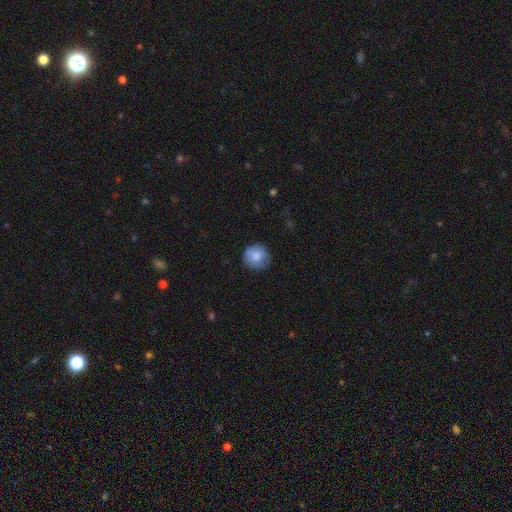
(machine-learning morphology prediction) smooth-or-featured: smooth: 78% | featured or disk: 15% | star or artifact: 7%
  how-rounded: round: 91% | in between: 8% | cigar-shaped: 1%
  merging: none: 79% | minor disturbance: 16% | major disturbance: 4% | merger: 1%